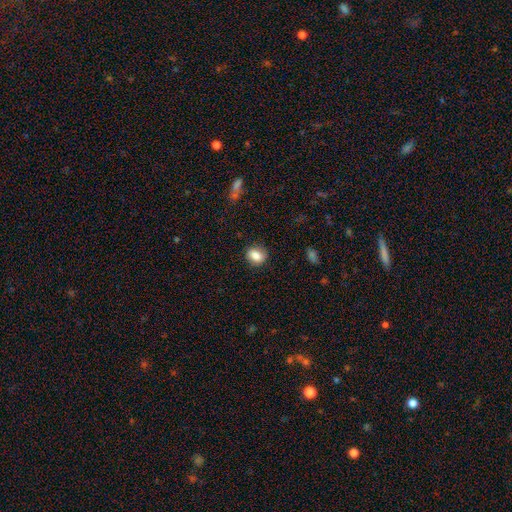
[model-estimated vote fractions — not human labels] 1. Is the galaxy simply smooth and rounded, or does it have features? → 83% smooth, 8% featured or disk, 8% star or artifact.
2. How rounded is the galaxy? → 52% in between, 46% round, 1% cigar-shaped.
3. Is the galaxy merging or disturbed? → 82% none, 13% minor disturbance, 3% major disturbance, 1% merger.